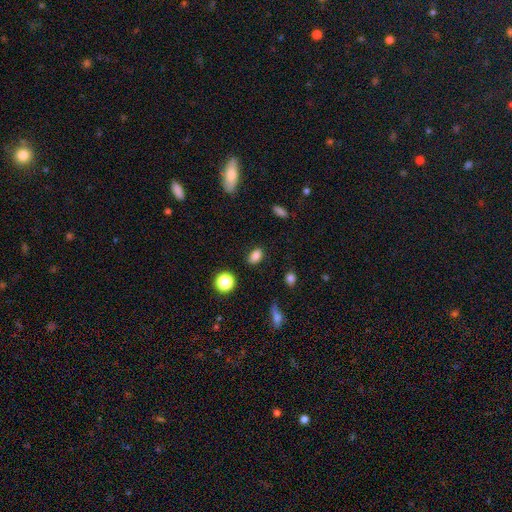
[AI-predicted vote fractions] Smooth or featured? smooth (82%)
How rounded? in between (84%)
Merging? none (85%)